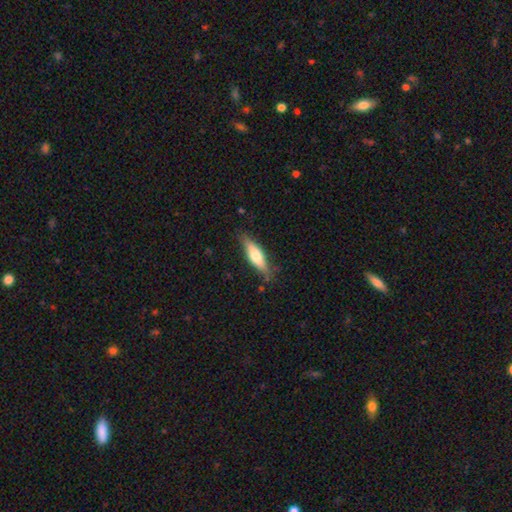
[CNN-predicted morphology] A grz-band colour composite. It shows a smooth galaxy with no disk features (59%) that is cigar-shaped (57%). Merging: none (78%).